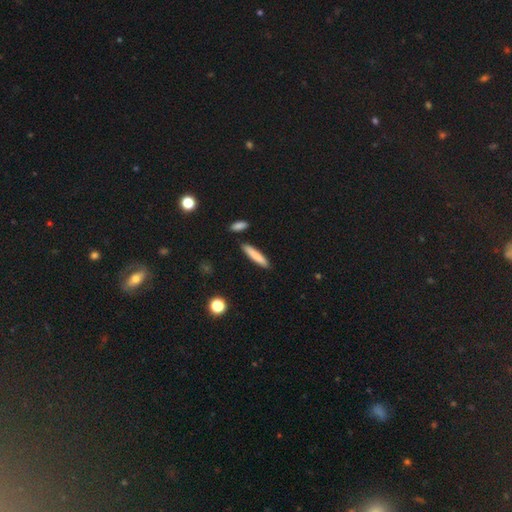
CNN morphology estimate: The model was most divided on "smooth or featured": smooth: 81%, featured or disk: 13%, star or artifact: 6%. More confident: how rounded — cigar-shaped (89%); merging — none (88%).